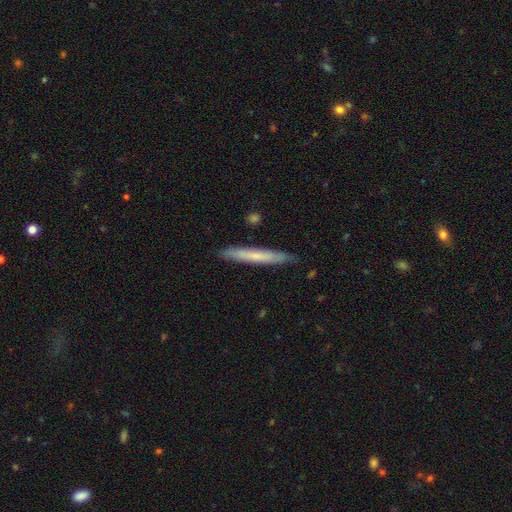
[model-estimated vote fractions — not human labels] Smooth or featured: smooth — 61% (featured or disk — 33%)
How rounded: cigar-shaped — 96% (in between — 3%)
Merging: none — 88% (minor disturbance — 9%)